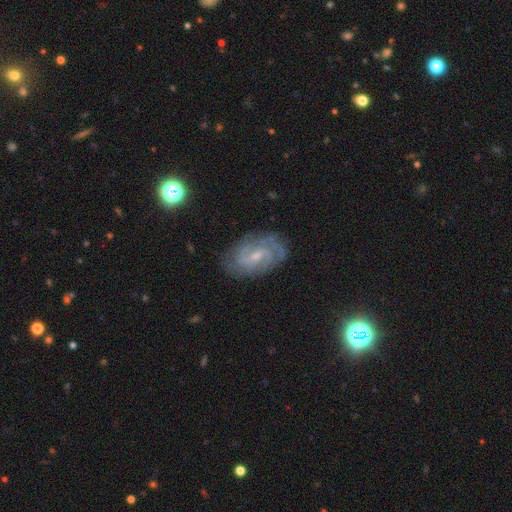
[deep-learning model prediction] Smooth or featured? featured or disk (82%)
Edge-on disk? no (96%)
Bar? weak (50%)
Spiral arms? yes (95%)
Spiral winding? tight (56%)
Spiral arm count? can't tell (32%)
Bulge size? small (64%)
Merging? none (76%)